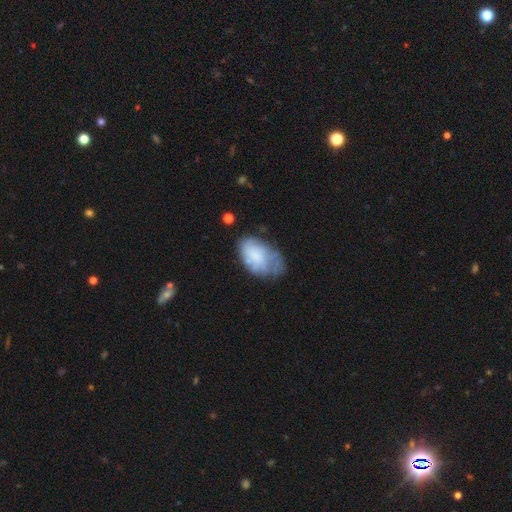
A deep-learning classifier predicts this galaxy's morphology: This appears to be a smooth galaxy with no disk features (62%) that is in between round and cigar-shaped (92%). Merging: none (41%).